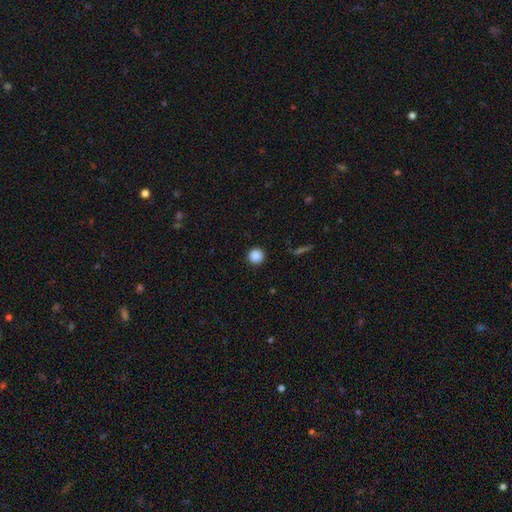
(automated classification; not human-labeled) smooth 88%, star or artifact 10%, featured or disk 2%. Down the decision tree: how rounded — round (96%); merging — none (92%).